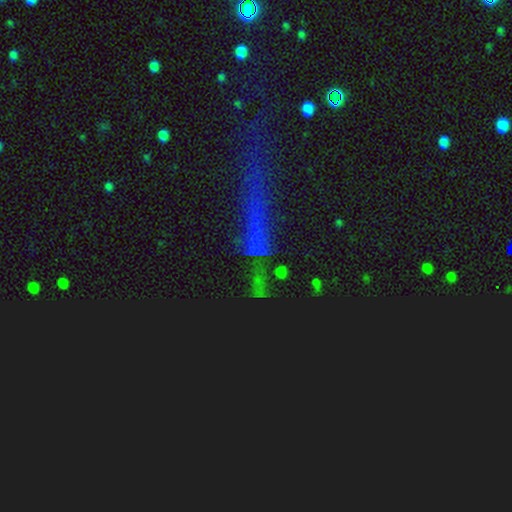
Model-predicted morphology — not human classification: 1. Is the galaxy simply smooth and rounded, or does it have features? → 57% star or artifact, 27% smooth, 16% featured or disk.